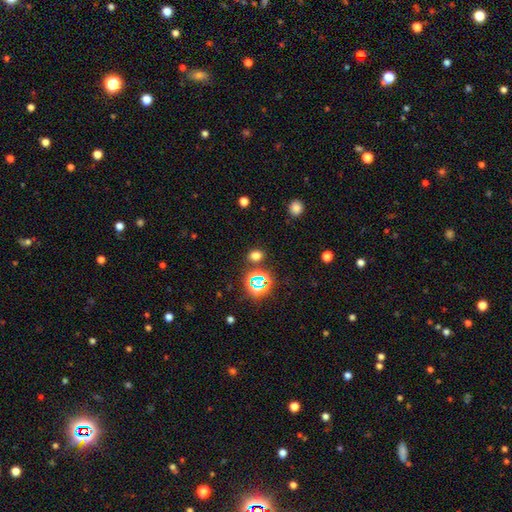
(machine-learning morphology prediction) type=smooth (64%); roundness=round (53%); merging=none (82%).